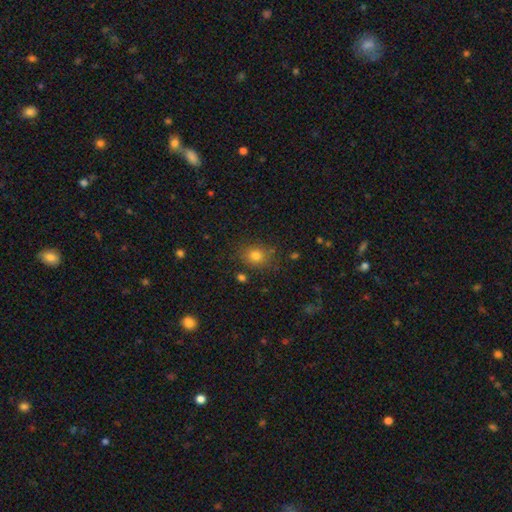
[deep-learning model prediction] Overall: smooth (78%). How rounded: round (66%; in between 33%). Merging: none (80%).